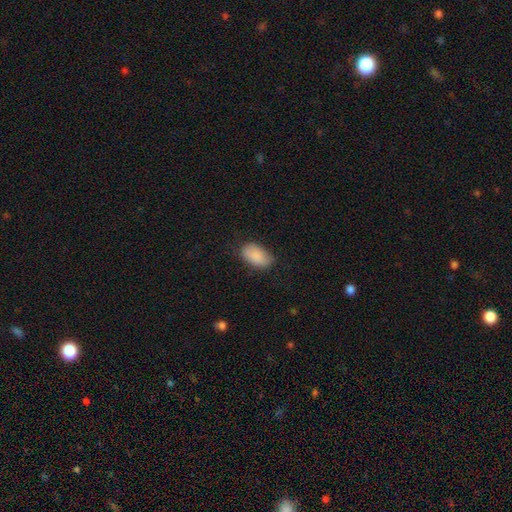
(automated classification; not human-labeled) Morphology: type=smooth (88%); roundness=in between (93%); merging=none (76%).